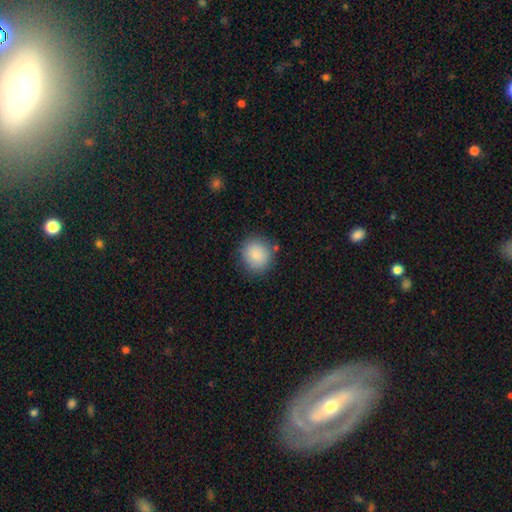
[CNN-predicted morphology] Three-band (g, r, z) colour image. It shows a smooth galaxy with no disk features (88%) that is round (86%). Merging: none (83%).